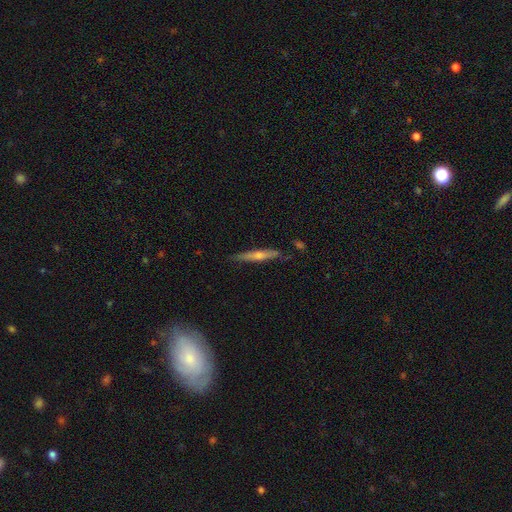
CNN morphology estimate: Smooth or featured? Predicted: featured or disk (p=0.62). Edge-on disk? Predicted: yes (p=0.94). Edge-on bulge? Predicted: rounded (p=0.74). Merging? Predicted: none (p=0.82).